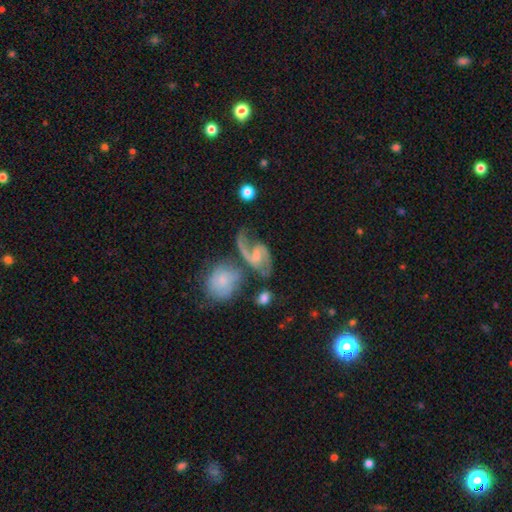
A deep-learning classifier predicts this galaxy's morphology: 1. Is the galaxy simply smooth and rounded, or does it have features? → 81% featured or disk, 12% smooth, 7% star or artifact.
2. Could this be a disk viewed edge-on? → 97% no, 3% yes.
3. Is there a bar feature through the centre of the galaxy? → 47% weak, 37% no, 16% strong.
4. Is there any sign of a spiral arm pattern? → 93% yes, 7% no.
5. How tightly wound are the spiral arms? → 60% loose, 33% medium, 7% tight.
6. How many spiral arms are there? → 80% 2, 12% 1, 4% can't tell, 1% 3, 1% 4, 1% more than 4.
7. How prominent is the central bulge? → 45% small, 25% moderate, 23% none, 4% large, 2% dominant.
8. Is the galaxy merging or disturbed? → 33% none, 29% merger, 22% major disturbance, 16% minor disturbance.